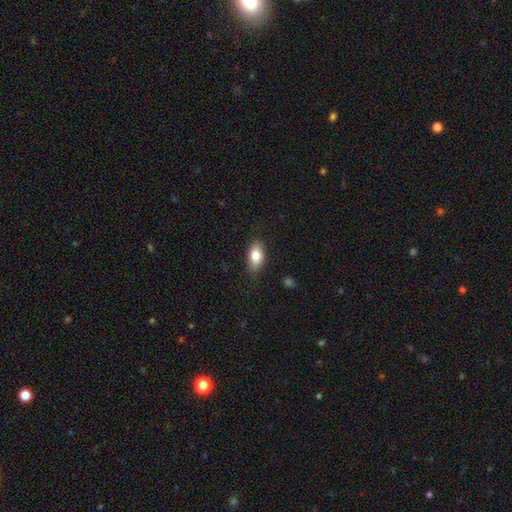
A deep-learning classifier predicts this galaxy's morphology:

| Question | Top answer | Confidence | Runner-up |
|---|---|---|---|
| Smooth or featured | smooth | 81% | featured or disk (12%) |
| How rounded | in between | 90% | round (6%) |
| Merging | none | 84% | minor disturbance (13%) |